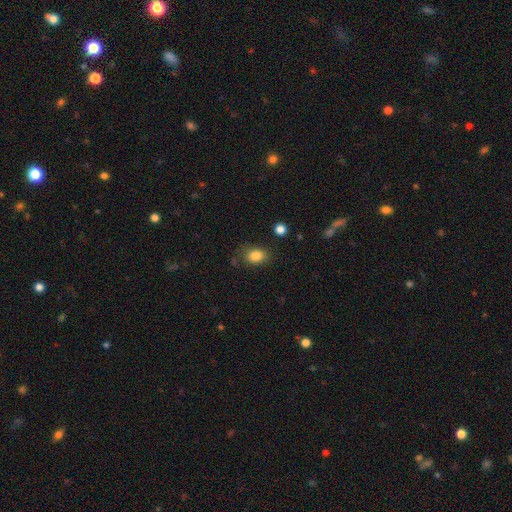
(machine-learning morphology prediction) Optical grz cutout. It shows a smooth galaxy with no disk features (84%) that is in between round and cigar-shaped (72%). Merging: none (75%).